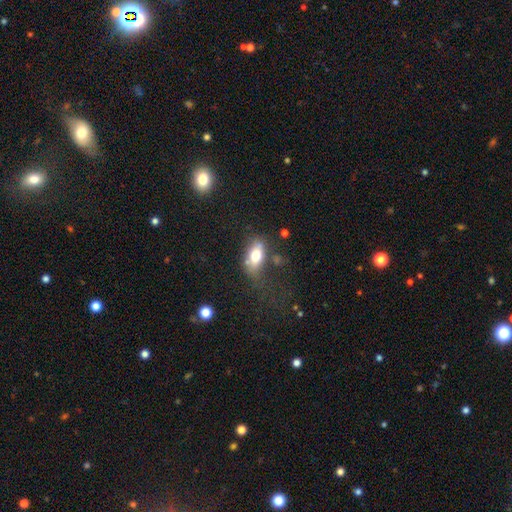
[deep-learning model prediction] A smooth galaxy with no disk features (70%) that is in between round and cigar-shaped (86%). Merging: none (57%).